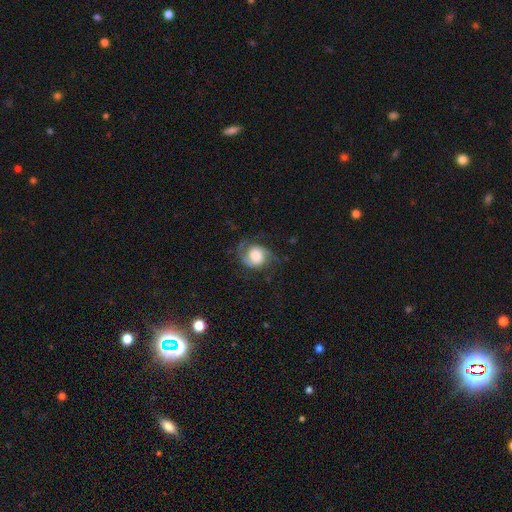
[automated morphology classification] A featured or disk galaxy (63%) with no bar (66%), 2 (79%) medium (44%) spiral arms (92%) and a moderate central bulge (39%). Merging: none (61%).